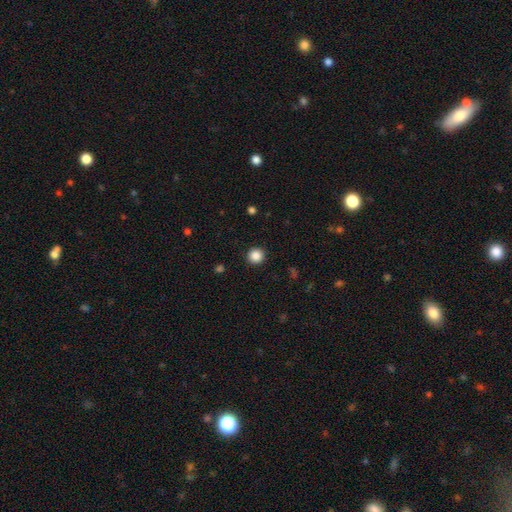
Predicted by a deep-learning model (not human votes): A smooth galaxy with no disk features (87%) that is round (94%).

Vote fractions:
- Smooth or featured? smooth: 87% / star or artifact: 10% / featured or disk: 3%
- How rounded? round: 94% / in between: 5% / cigar-shaped: 1%
- Merging? none: 92% / minor disturbance: 5% / major disturbance: 2% / merger: 1%